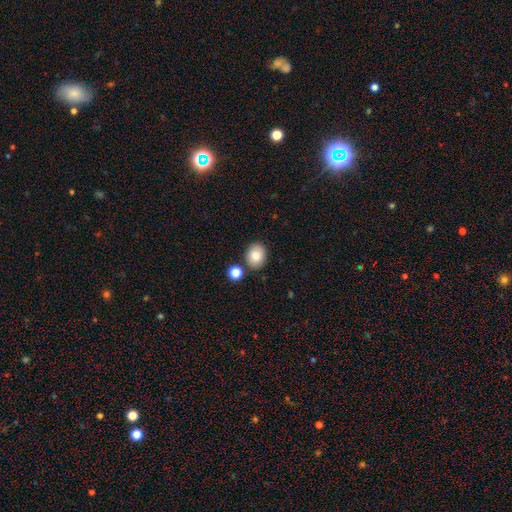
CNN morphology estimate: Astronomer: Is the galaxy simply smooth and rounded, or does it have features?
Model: smooth — 85%.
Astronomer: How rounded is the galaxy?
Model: in between — 53% (runner-up: round, 46%).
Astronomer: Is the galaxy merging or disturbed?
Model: none — 81%.